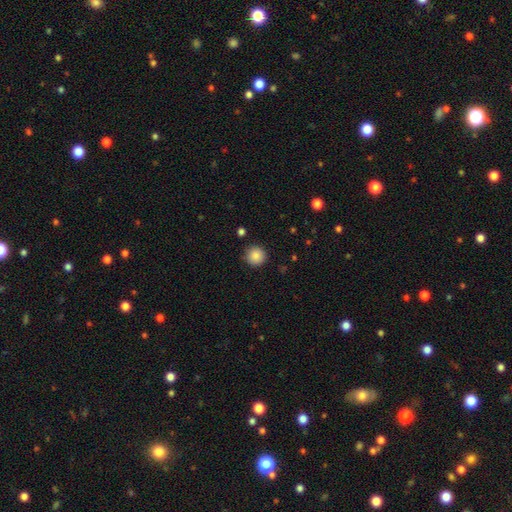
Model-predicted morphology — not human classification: smooth 87%, star or artifact 9%, featured or disk 4%. Down the decision tree: how rounded — round (94%); merging — none (89%).